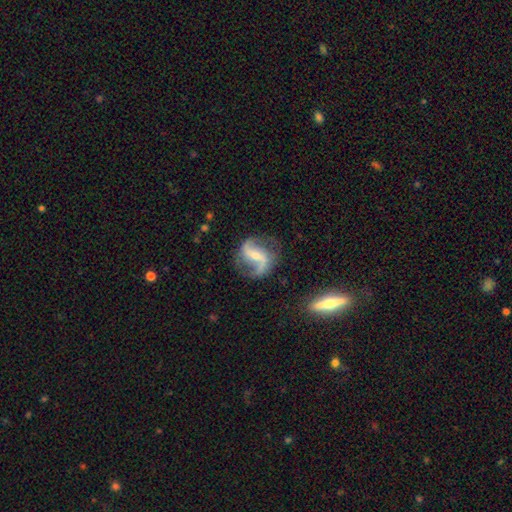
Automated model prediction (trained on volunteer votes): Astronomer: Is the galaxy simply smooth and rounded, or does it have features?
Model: featured or disk — 89%.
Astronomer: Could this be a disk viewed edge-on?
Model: no — 97%.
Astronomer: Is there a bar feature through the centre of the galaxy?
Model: weak — 40% (runner-up: strong, 37%).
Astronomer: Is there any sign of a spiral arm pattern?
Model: yes — 97%.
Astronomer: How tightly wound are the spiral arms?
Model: loose — 66%.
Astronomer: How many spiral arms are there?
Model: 2 — 92%.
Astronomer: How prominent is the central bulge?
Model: small — 56% (runner-up: moderate, 37%).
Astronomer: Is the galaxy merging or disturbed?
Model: none — 76%.